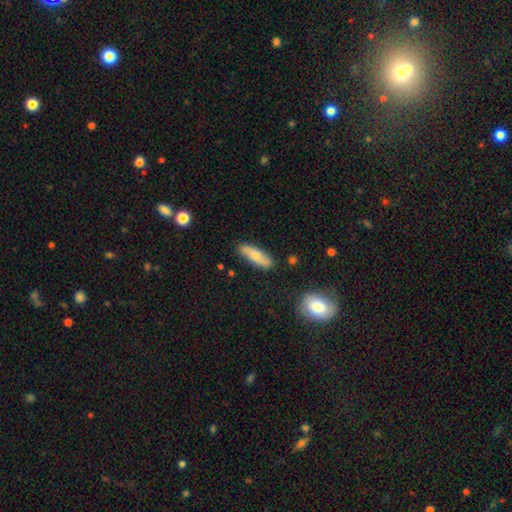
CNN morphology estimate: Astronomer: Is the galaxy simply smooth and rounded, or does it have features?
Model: smooth — 74%.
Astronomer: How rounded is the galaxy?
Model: cigar-shaped — 53% (runner-up: in between, 45%).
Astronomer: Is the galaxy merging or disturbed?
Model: none — 85%.